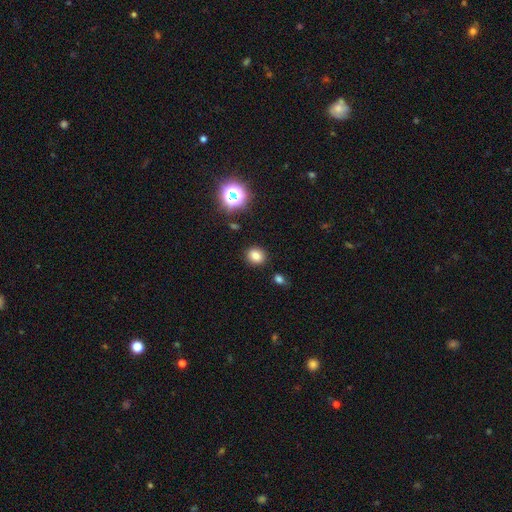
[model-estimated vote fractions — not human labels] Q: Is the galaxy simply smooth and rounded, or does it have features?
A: smooth — 79%.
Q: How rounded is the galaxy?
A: round — 76%.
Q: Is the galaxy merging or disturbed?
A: none — 89%.